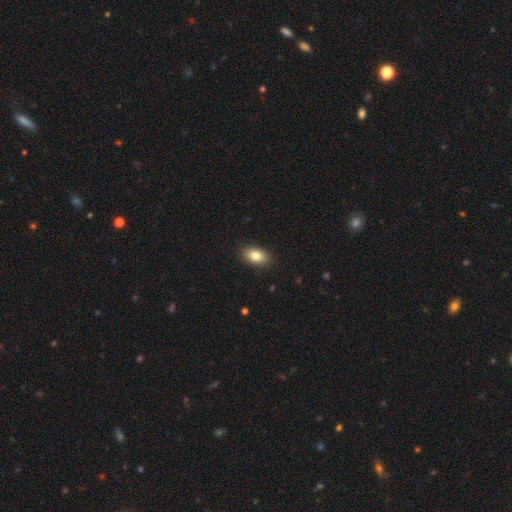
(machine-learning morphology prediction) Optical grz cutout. It shows a smooth galaxy with no disk features (83%) that is in between round and cigar-shaped (91%). Merging: none (88%).